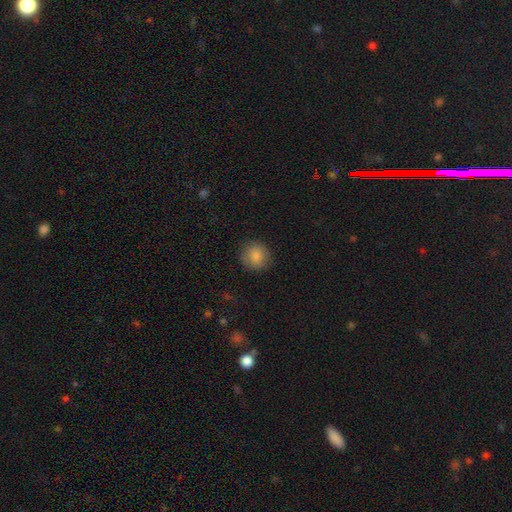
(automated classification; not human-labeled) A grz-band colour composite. It shows a smooth galaxy with no disk features (85%) that is round (90%). Merging: none (86%).